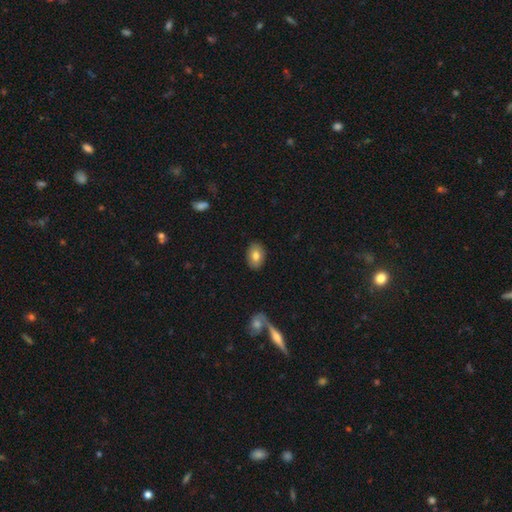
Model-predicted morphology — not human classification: Smooth or featured? smooth (79%)
How rounded? in between (83%)
Merging? none (89%)